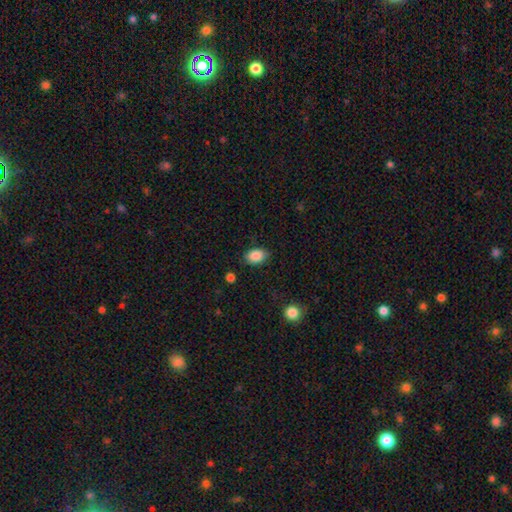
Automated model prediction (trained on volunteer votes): smooth_or_featured: smooth (p=0.87) [alt: star or artifact p=0.08]
how_rounded: in between (p=0.83) [alt: round p=0.16]
merging: none (p=0.82) [alt: minor disturbance p=0.13]